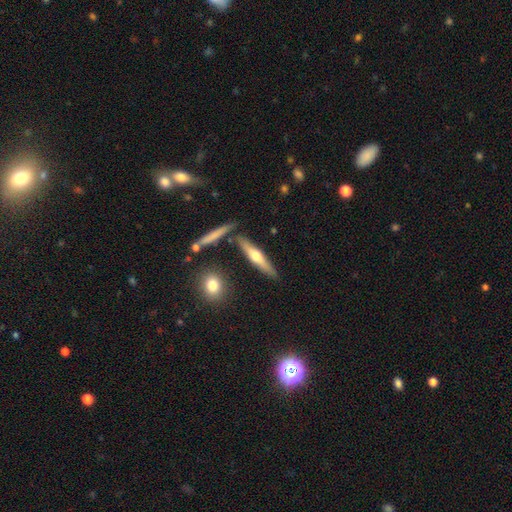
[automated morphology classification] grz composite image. It shows a featured or disk galaxy (51%) viewed edge-on (91%). Merging: none (79%).